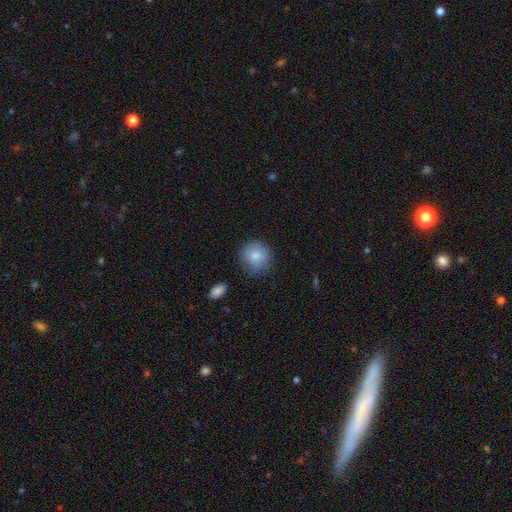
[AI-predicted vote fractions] Q: Smooth or featured?
A: smooth (82%); runner-up: featured or disk (11%)
Q: How rounded?
A: round (88%); runner-up: in between (11%)
Q: Merging?
A: none (72%); runner-up: minor disturbance (21%)